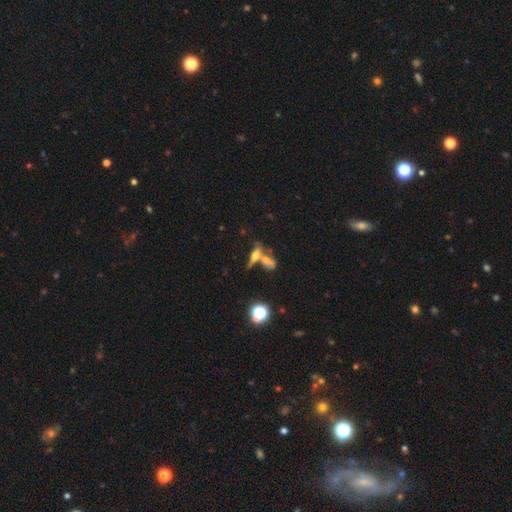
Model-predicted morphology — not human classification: Smooth or featured?
  - featured or disk: 48% *
  - smooth: 38%
  - star or artifact: 14%
Merging?
  - none: 45% *
  - merger: 40%
  - minor disturbance: 10%
  - major disturbance: 5%